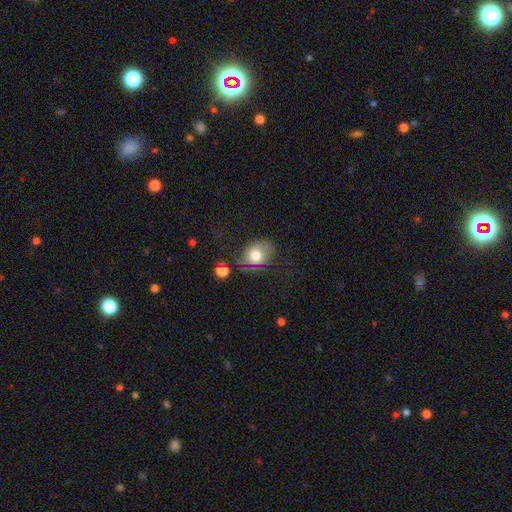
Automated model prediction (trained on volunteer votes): The model was most divided on "how rounded": in between: 52%, round: 47%, cigar-shaped: 1%. More confident: smooth or featured — smooth (70%); merging — none (59%).